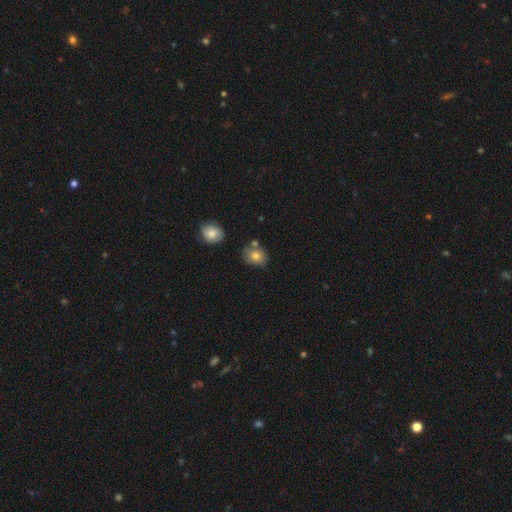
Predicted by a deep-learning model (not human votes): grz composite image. It shows a smooth galaxy with no disk features (78%) that is round (56%). Merging: none (65%).